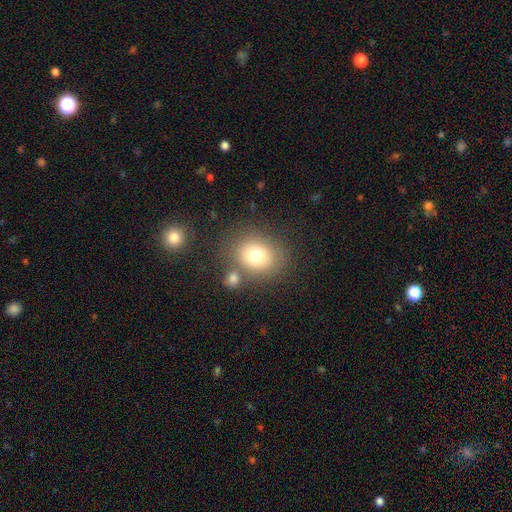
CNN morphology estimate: Smooth or featured: smooth — 76% (featured or disk — 13%)
How rounded: round — 59% (in between — 40%)
Merging: none — 67% (merger — 15%)